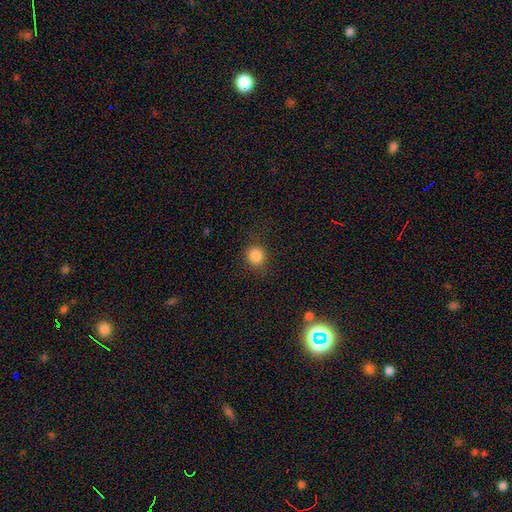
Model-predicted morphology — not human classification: The model was most divided on "how rounded": round: 85%, in between: 14%, cigar-shaped: 1%. More confident: smooth or featured — smooth (85%); merging — none (84%).